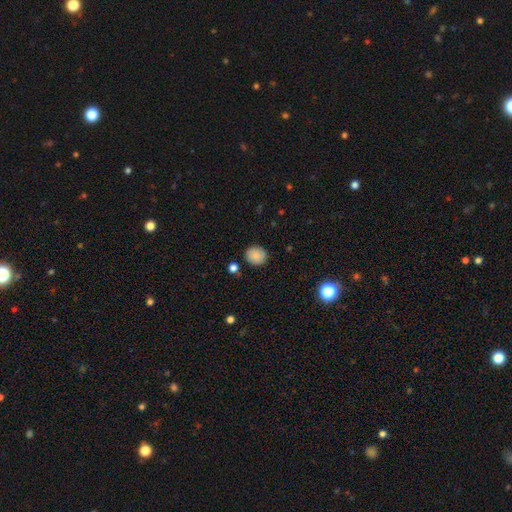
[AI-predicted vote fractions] Overall: smooth (87%). How rounded: round (77%). Merging: none (87%).